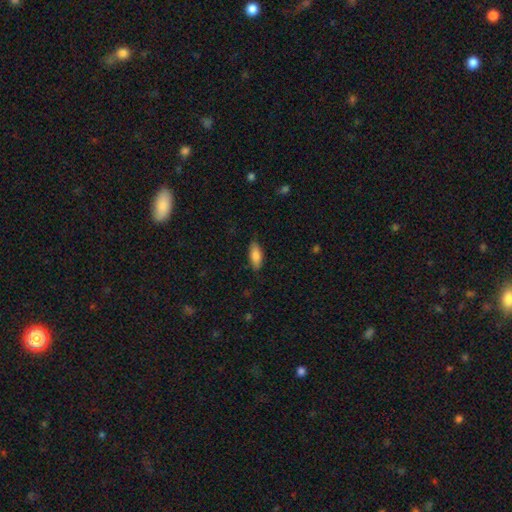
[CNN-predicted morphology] This appears to be a smooth galaxy with no disk features (83%) that is in between round and cigar-shaped (79%). Merging: none (83%).